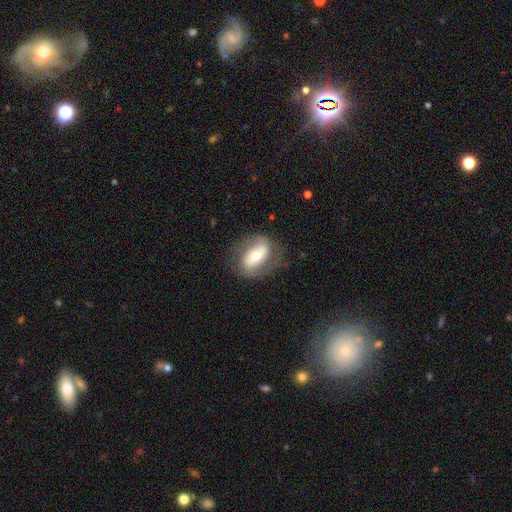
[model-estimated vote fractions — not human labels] The model was most divided on "smooth or featured": featured or disk: 52%, smooth: 42%, star or artifact: 7%. More confident: edge-on disk — no (90%); merging — none (73%).